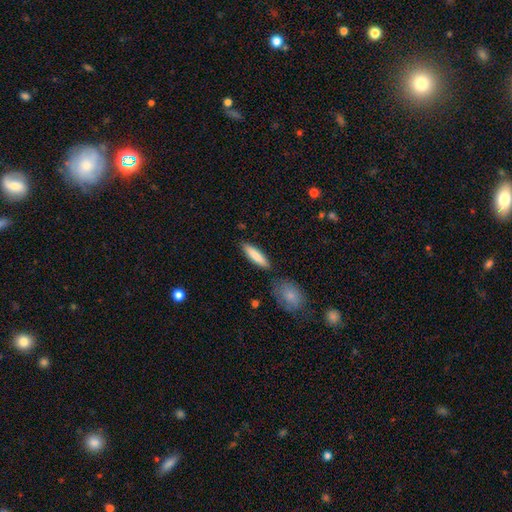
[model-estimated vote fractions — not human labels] A smooth galaxy with no disk features (85%) that is cigar-shaped (72%). Merging: none (84%).